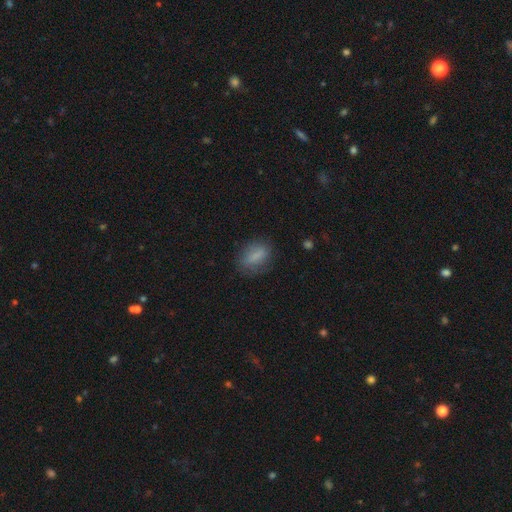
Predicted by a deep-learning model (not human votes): Morphology: type=smooth (77%); roundness=in between (79%); merging=none (71%).